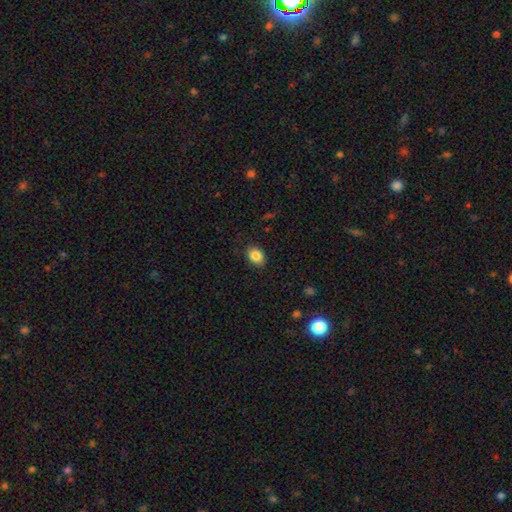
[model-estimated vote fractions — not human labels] The model was most divided on "how rounded": in between: 71%, round: 28%, cigar-shaped: 1%. More confident: merging — none (86%); smooth or featured — smooth (85%).